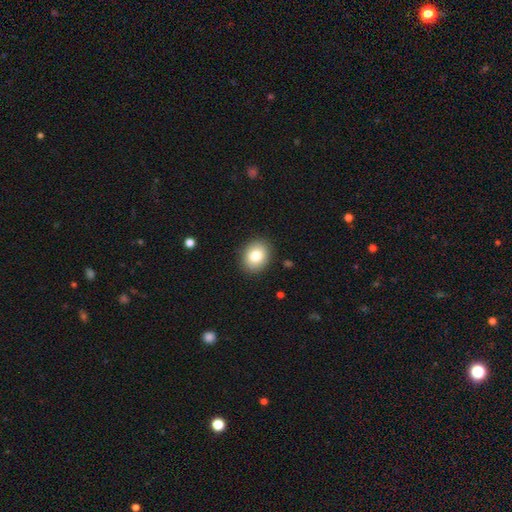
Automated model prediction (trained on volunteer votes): The model was most divided on "how rounded": round: 57%, in between: 42%, cigar-shaped: 1%. More confident: merging — none (90%); smooth or featured — smooth (81%).